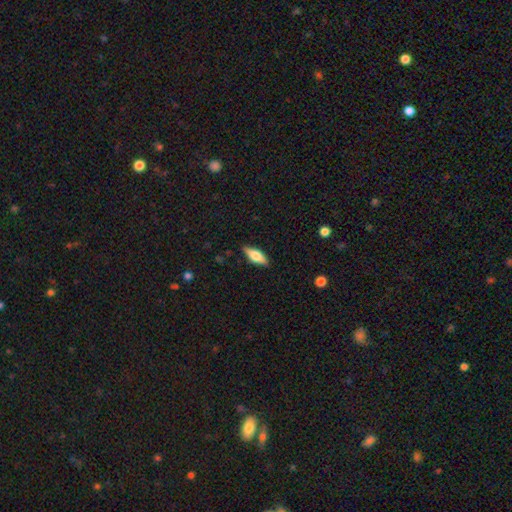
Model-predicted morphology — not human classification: Smooth or featured: smooth — 56% (featured or disk — 37%)
How rounded: in between — 66% (cigar-shaped — 31%)
Merging: none — 86% (minor disturbance — 11%)